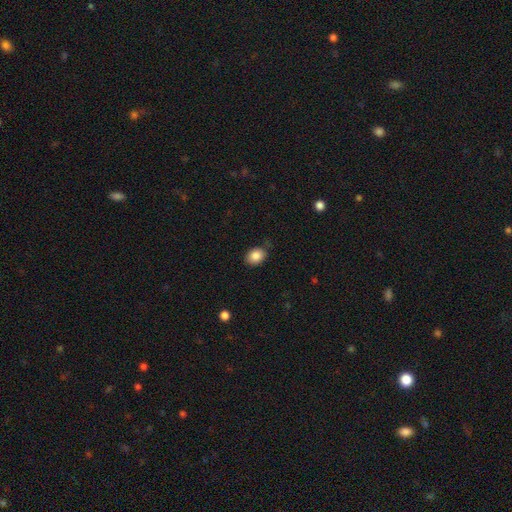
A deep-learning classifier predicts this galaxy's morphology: Smooth or featured?
  - smooth: 86% *
  - star or artifact: 8%
  - featured or disk: 6%
How rounded?
  - in between: 64% *
  - round: 35%
  - cigar-shaped: 1%
Merging?
  - none: 79% *
  - minor disturbance: 17%
  - major disturbance: 3%
  - merger: 2%